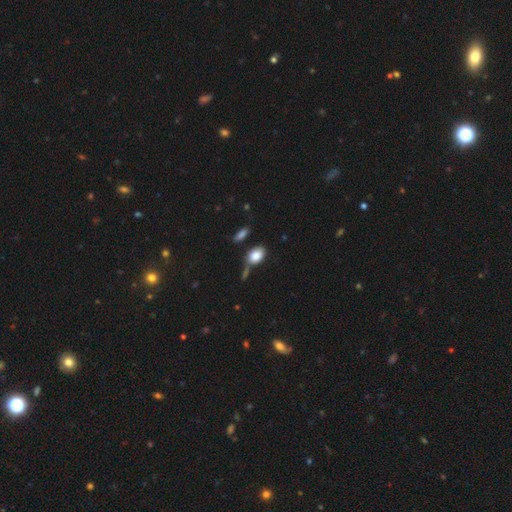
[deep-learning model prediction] The model was most divided on "merging": none: 63%, minor disturbance: 17%, merger: 15%, major disturbance: 5%. More confident: how rounded — in between (84%); smooth or featured — smooth (83%).